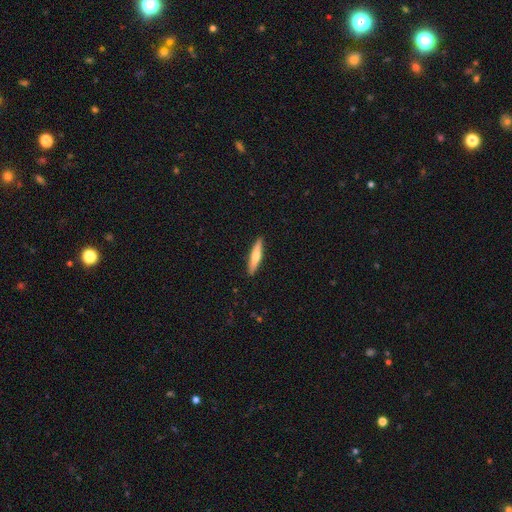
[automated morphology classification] smooth_or_featured: smooth (p=0.56) [alt: featured or disk p=0.39]
how_rounded: cigar-shaped (p=0.85) [alt: in between p=0.14]
merging: none (p=0.91) [alt: minor disturbance p=0.07]